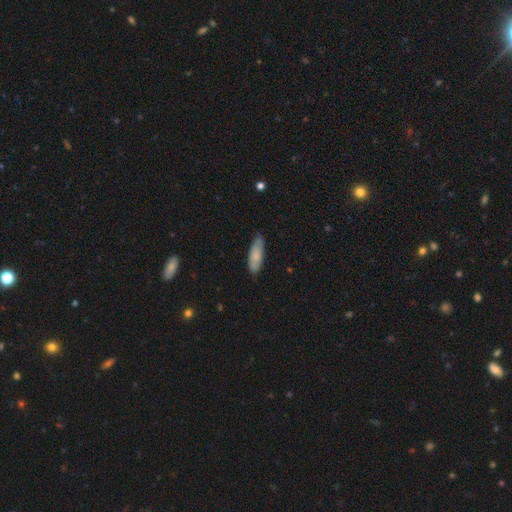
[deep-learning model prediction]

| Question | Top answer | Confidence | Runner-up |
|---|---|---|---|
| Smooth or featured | smooth | 77% | featured or disk (17%) |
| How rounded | in between | 56% | cigar-shaped (42%) |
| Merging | none | 76% | minor disturbance (20%) |